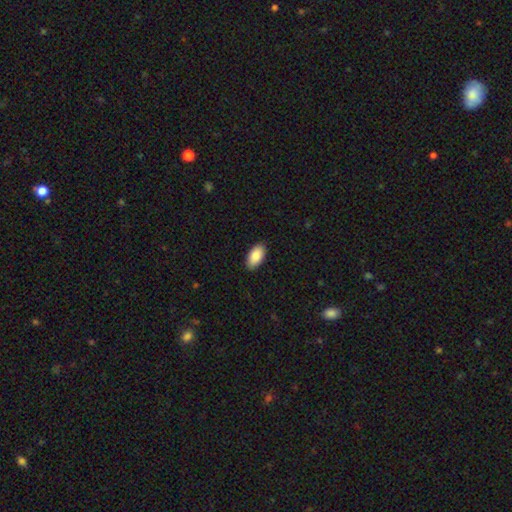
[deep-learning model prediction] Smooth or featured: smooth — 88% (featured or disk — 6%)
How rounded: in between — 95% (cigar-shaped — 2%)
Merging: none — 89% (minor disturbance — 8%)